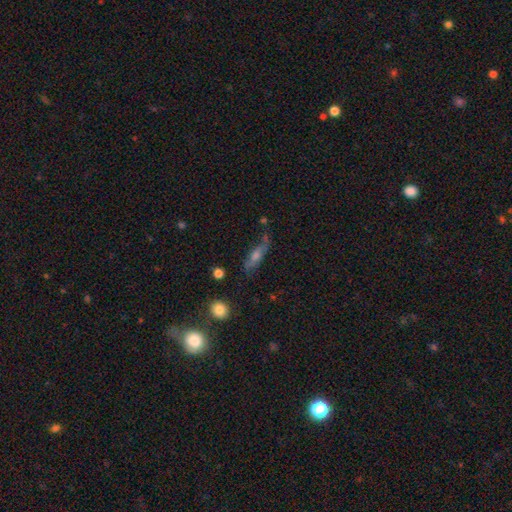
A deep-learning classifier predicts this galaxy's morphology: featured or disk 45%, smooth 43%, star or artifact 12%. Down the decision tree: merging — none (63%).